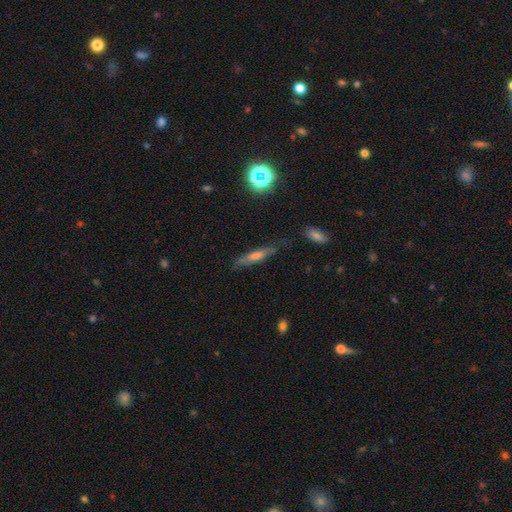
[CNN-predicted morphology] type=smooth (44%); merging=none (75%).